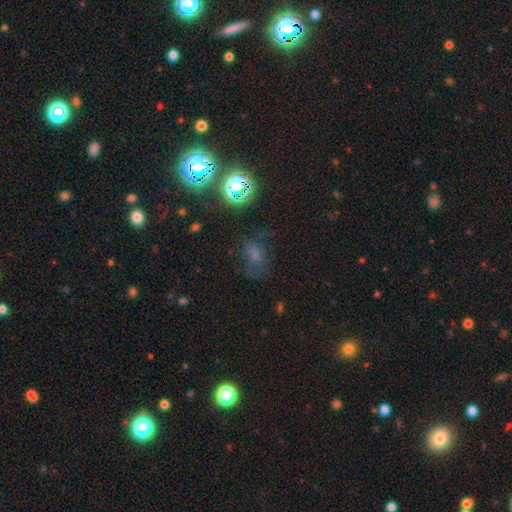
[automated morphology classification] This is marginally a smooth galaxy (45%). Merging: possibly none (50%).